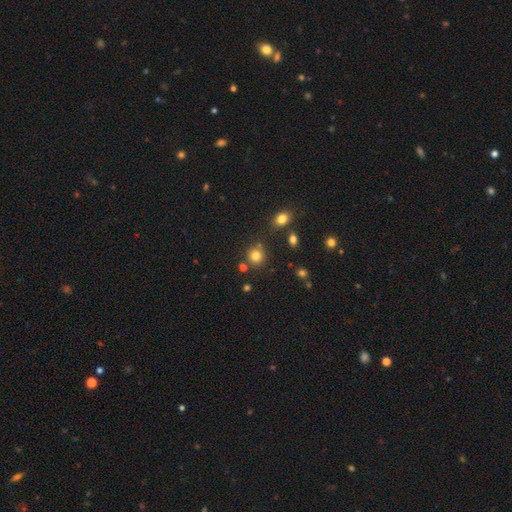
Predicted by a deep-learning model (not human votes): Smooth or featured: smooth — 80% (star or artifact — 14%)
How rounded: round — 89% (in between — 11%)
Merging: none — 75% (minor disturbance — 11%)